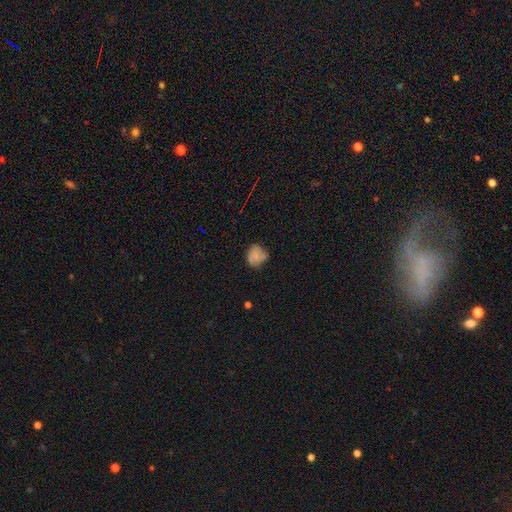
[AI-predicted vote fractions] Q: Smooth or featured?
A: smooth (55%); runner-up: featured or disk (33%)
Q: How rounded?
A: round (65%); runner-up: in between (34%)
Q: Merging?
A: none (57%); runner-up: minor disturbance (29%)